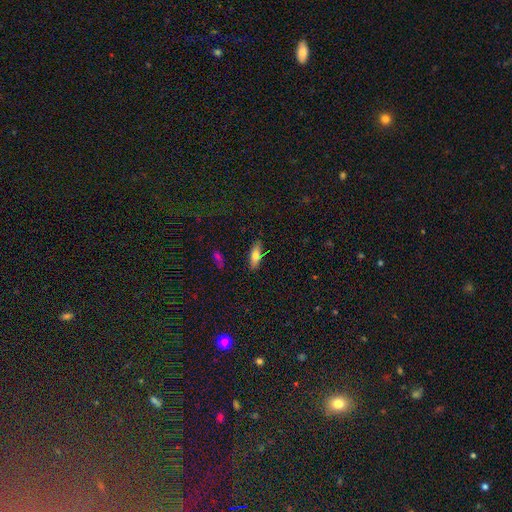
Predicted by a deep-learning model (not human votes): A smooth galaxy with no disk features (72%) that is in between round and cigar-shaped (70%). Merging: none (81%).